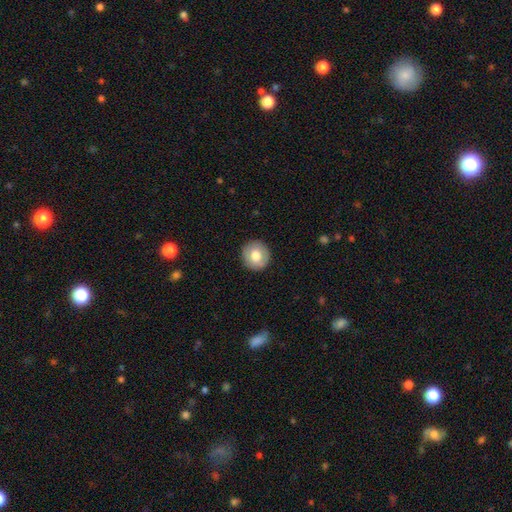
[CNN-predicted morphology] Overall: smooth (73%). How rounded: round (92%). Merging: none (91%).